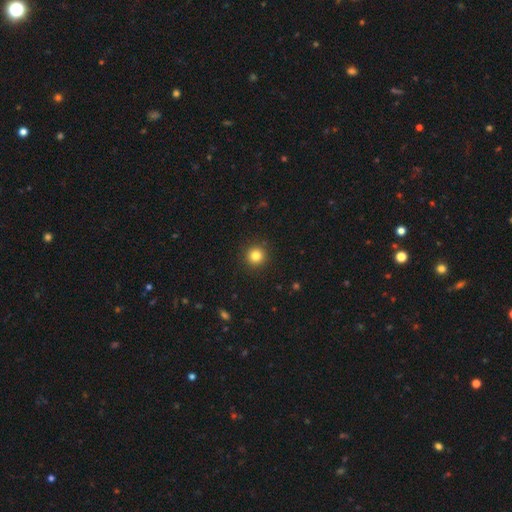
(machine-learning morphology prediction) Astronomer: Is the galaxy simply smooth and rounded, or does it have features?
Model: smooth — 83%.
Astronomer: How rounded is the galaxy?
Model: round — 95%.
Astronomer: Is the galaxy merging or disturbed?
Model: none — 92%.